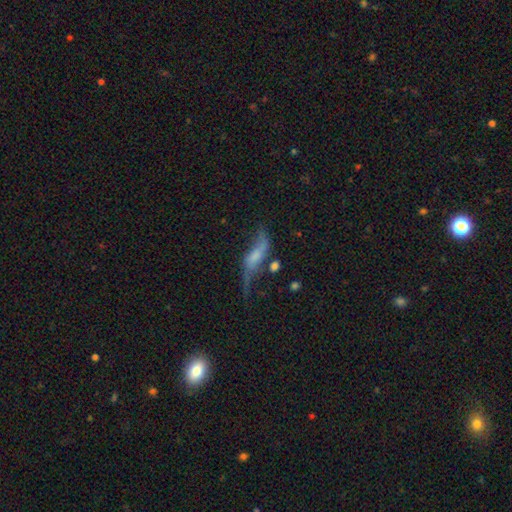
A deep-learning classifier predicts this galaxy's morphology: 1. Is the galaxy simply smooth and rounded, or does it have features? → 66% featured or disk, 25% smooth, 10% star or artifact.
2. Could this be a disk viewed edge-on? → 80% no, 20% yes.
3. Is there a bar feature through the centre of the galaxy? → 50% no, 34% weak, 16% strong.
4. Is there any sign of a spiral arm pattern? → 79% yes, 21% no.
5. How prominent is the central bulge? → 35% none, 32% small, 24% moderate, 6% large, 2% dominant.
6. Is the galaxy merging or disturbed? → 36% none, 29% major disturbance, 24% minor disturbance, 11% merger.